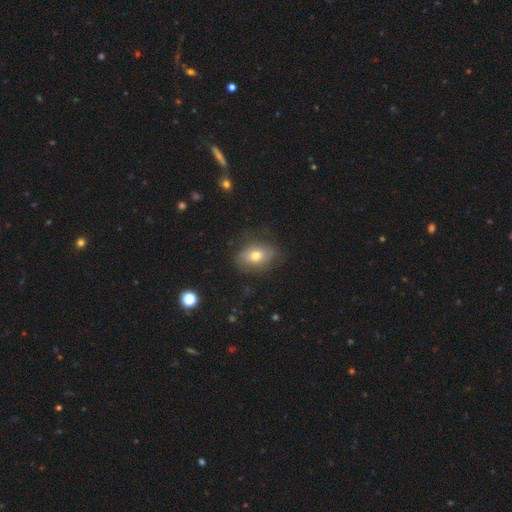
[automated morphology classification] type=smooth (59%); roundness=in between (76%); merging=none (67%).